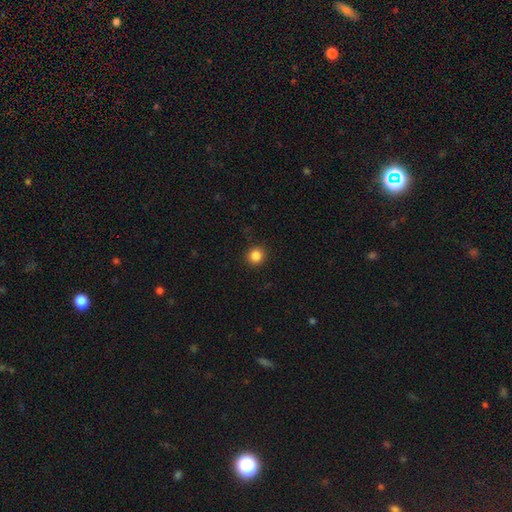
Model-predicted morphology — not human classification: This is clearly a smooth galaxy (85%). How rounded: clearly round (92%). Merging: clearly none (91%).